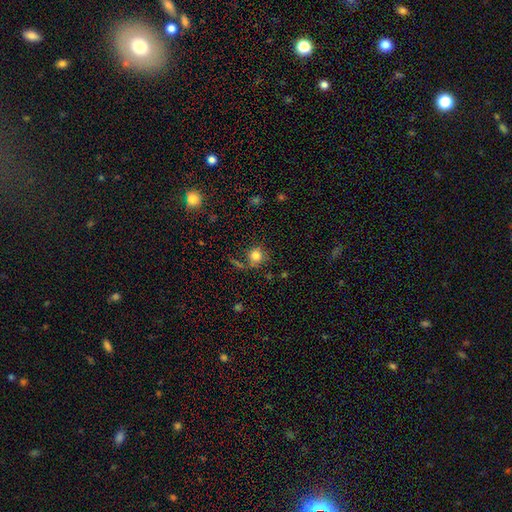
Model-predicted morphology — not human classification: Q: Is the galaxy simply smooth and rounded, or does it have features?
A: smooth — 81%.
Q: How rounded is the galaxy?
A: round — 87%.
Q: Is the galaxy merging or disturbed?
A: none — 71%.